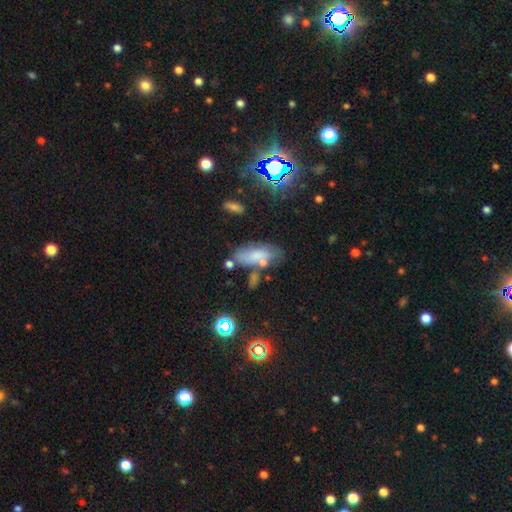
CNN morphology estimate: This is likely a smooth galaxy (63%). How rounded: clearly in between (81%). Merging: possibly none (52%).